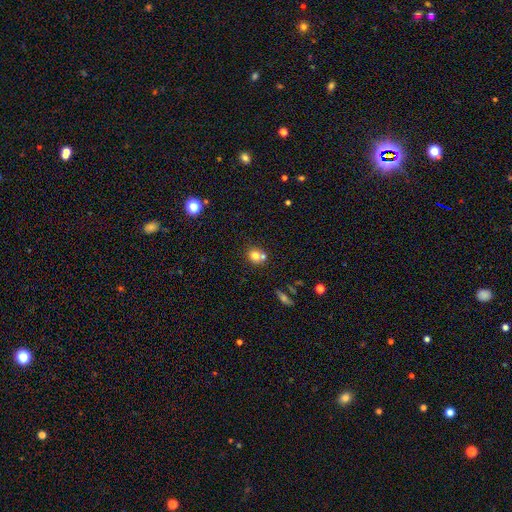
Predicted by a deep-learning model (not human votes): Smooth or featured? smooth (74%)
How rounded? round (79%)
Merging? none (51%)